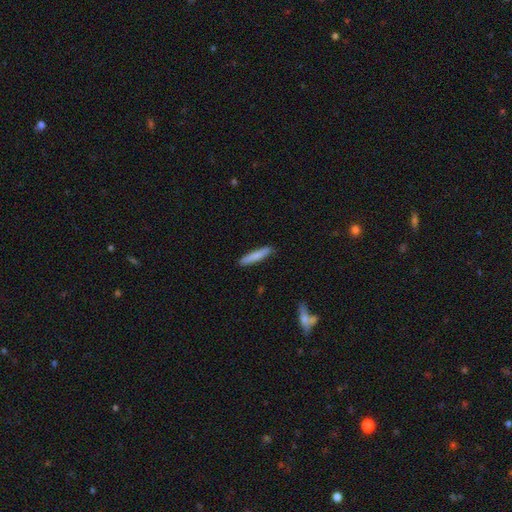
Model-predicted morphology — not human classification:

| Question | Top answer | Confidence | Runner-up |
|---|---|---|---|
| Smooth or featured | smooth | 81% | featured or disk (14%) |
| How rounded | cigar-shaped | 92% | in between (7%) |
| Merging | none | 89% | minor disturbance (8%) |